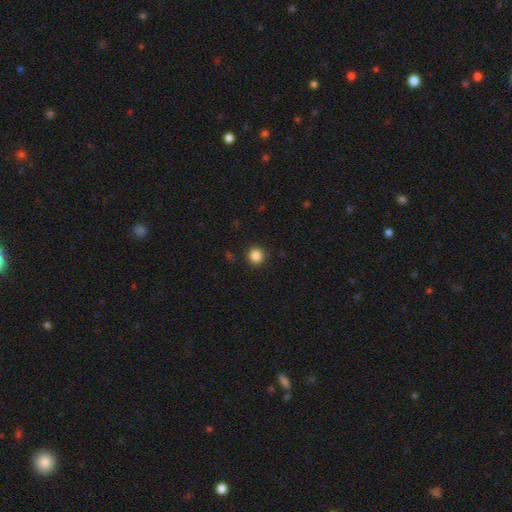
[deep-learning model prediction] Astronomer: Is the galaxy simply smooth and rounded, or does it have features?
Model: smooth — 85%.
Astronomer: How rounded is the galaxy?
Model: round — 94%.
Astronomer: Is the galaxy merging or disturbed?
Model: none — 92%.